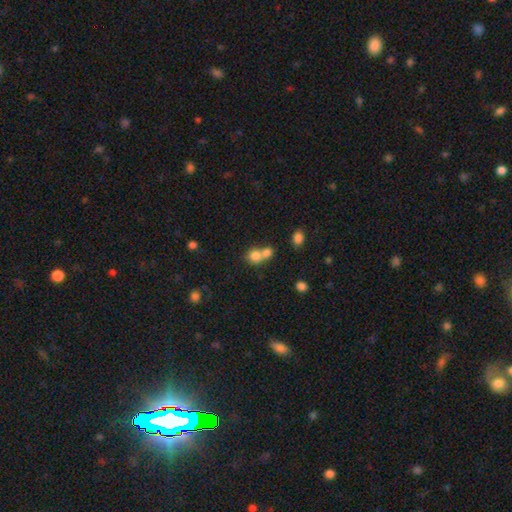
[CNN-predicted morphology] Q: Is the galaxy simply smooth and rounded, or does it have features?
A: smooth — 79%.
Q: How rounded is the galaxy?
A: round — 74%.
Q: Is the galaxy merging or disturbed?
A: merger — 60%.